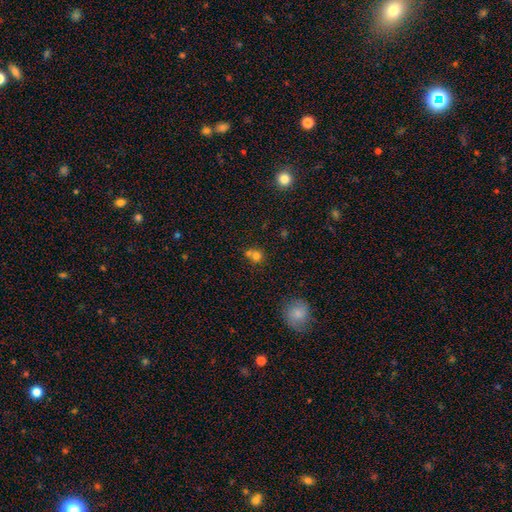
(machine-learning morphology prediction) smooth 74%, star or artifact 14%, featured or disk 12%. Down the decision tree: how rounded — round (81%); merging — merger (48%).